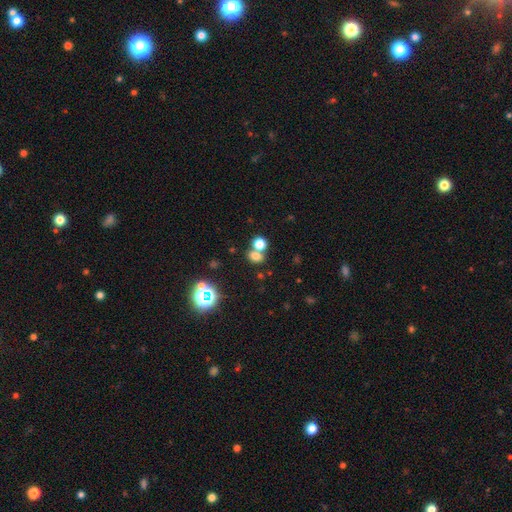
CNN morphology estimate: The model was most divided on "merging": none: 47%, merger: 41%, minor disturbance: 8%, major disturbance: 4%. More confident: smooth or featured — smooth (71%); how rounded — round (55%).